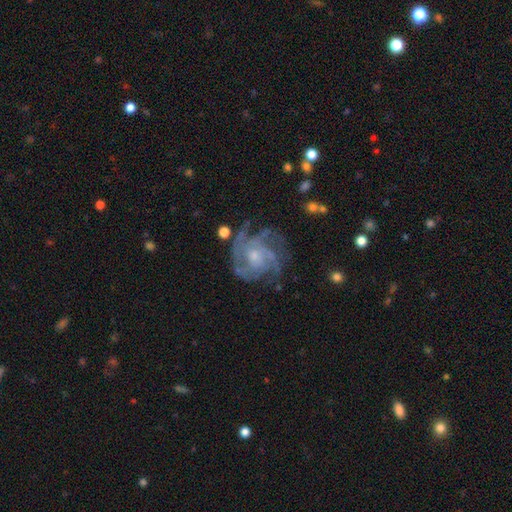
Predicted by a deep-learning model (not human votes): This is clearly a featured or disk galaxy (86%). It is clearly not viewed edge-on (98%). Bar: likely no (75%). Spiral arm pattern: clearly yes (96%). Spiral arm count: marginally 4 (33%). Spiral winding: possibly tight (54%). Central bulge: possibly small (56%). Merging: likely none (67%).